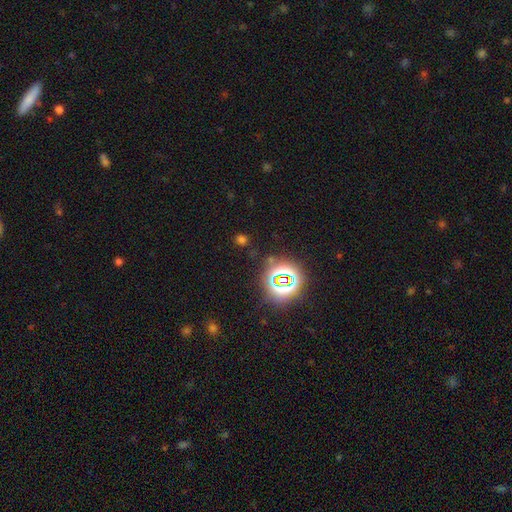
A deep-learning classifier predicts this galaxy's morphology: smooth_or_featured: star or artifact (p=0.75) [alt: smooth p=0.18]